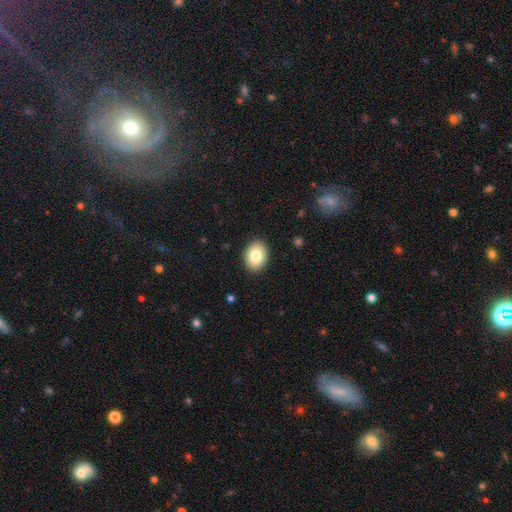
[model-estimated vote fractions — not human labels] Smooth or featured? smooth (83%)
How rounded? in between (73%)
Merging? none (90%)